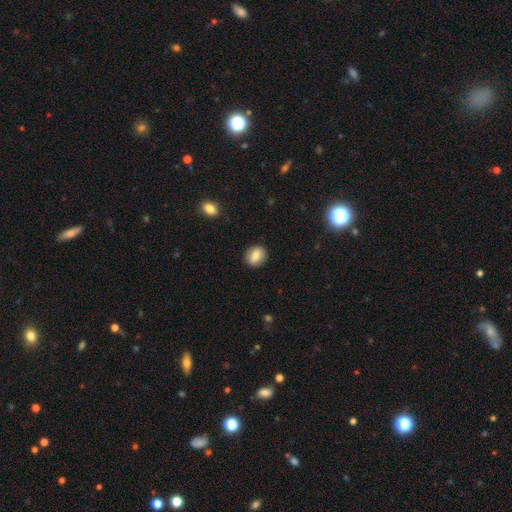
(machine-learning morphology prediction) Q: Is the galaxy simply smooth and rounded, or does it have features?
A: smooth — 78%.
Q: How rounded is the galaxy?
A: round — 50%.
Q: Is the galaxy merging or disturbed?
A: none — 88%.